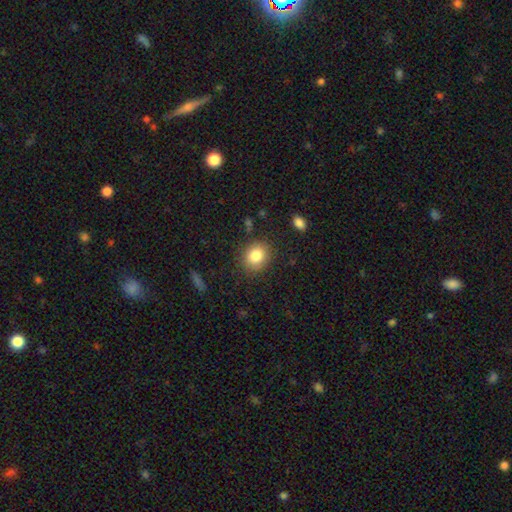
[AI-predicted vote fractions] Q: Smooth or featured?
A: smooth (83%); runner-up: star or artifact (10%)
Q: How rounded?
A: round (68%); runner-up: in between (31%)
Q: Merging?
A: none (85%); runner-up: minor disturbance (10%)